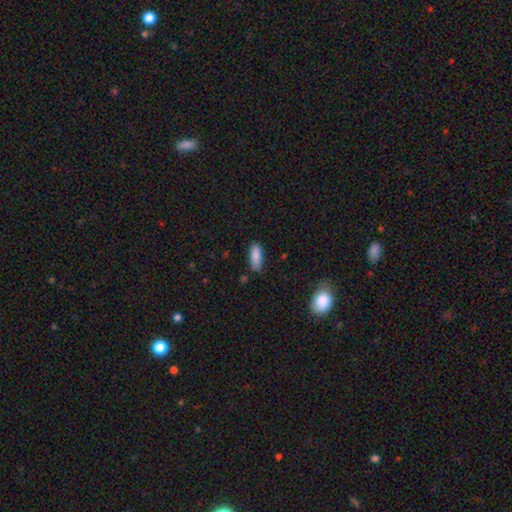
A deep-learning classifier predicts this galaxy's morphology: Smooth or featured: smooth — 87% (star or artifact — 7%)
How rounded: in between — 76% (cigar-shaped — 22%)
Merging: none — 77% (minor disturbance — 17%)